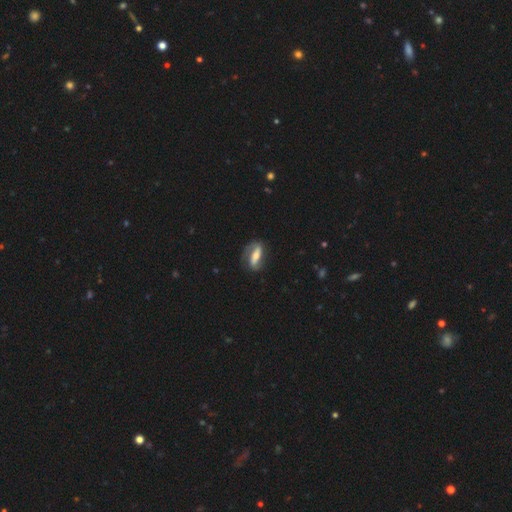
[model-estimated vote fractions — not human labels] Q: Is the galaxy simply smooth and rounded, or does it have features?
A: featured or disk — 63%.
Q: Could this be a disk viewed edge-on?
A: no — 85%.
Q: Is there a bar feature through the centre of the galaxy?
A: strong — 55%.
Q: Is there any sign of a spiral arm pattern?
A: yes — 81%.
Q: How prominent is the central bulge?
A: moderate — 53%.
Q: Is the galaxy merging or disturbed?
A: none — 68%.